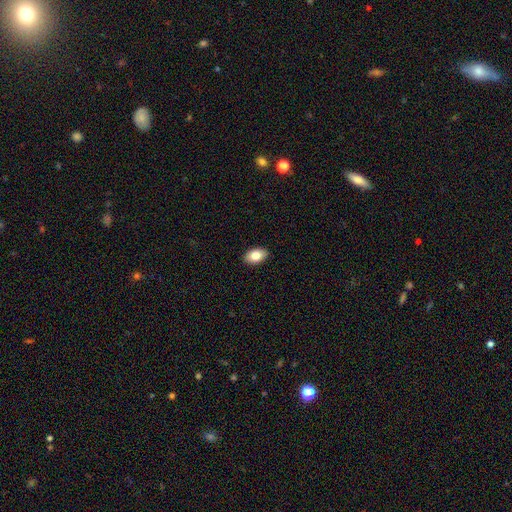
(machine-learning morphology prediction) The model was most divided on "smooth or featured": smooth: 82%, featured or disk: 11%, star or artifact: 7%. More confident: how rounded — in between (91%); merging — none (90%).